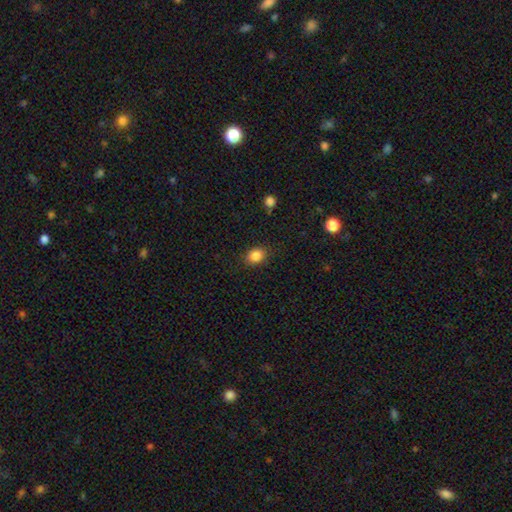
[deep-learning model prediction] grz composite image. It shows a smooth galaxy with no disk features (86%) that is in between round and cigar-shaped (57%). Merging: none (86%).